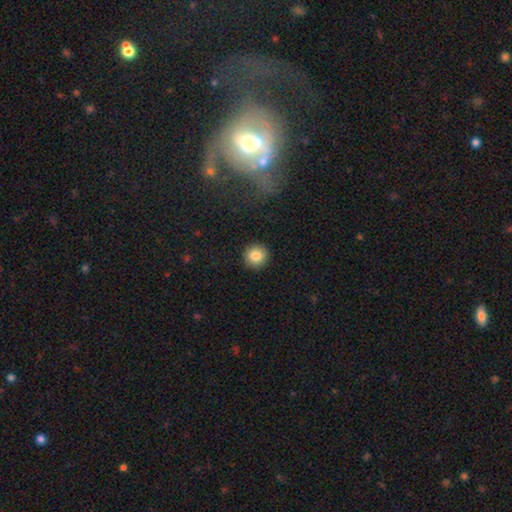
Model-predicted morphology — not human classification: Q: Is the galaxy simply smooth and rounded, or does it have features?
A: smooth — 84%.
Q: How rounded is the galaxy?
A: round — 94%.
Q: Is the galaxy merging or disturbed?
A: none — 92%.